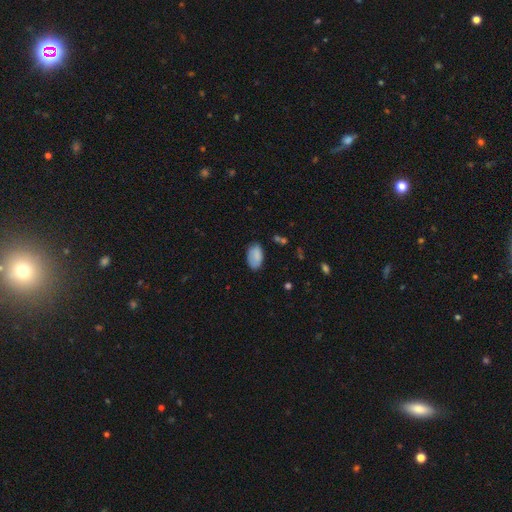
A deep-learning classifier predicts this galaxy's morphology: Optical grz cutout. It shows a smooth galaxy with no disk features (83%) that is in between round and cigar-shaped (93%). Merging: none (72%).